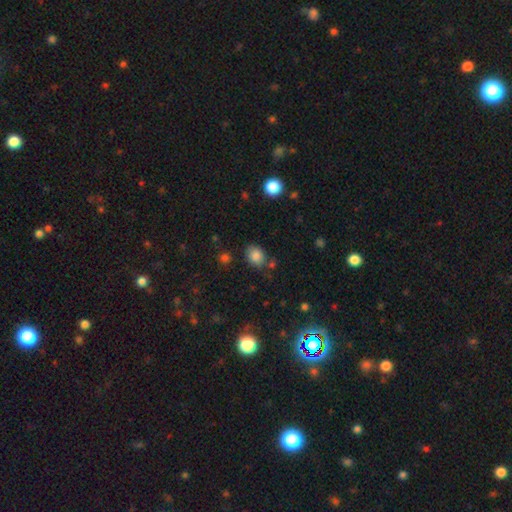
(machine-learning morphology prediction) This appears to be a smooth galaxy with no disk features (84%) that is round (52%). Merging: none (73%).